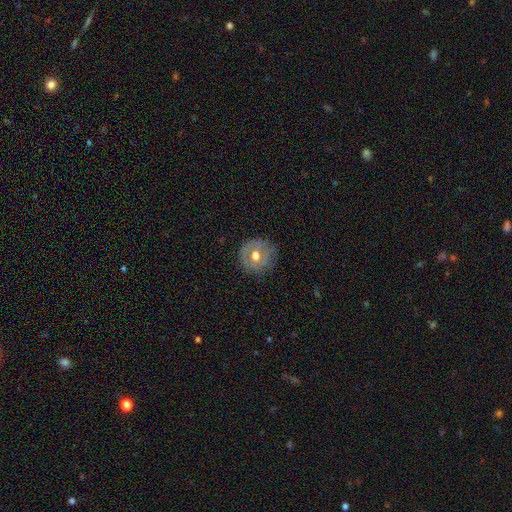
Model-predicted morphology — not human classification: A smooth galaxy with no disk features (48%).

Vote fractions:
- Smooth or featured? smooth: 48% / featured or disk: 44% / star or artifact: 8%
- Merging? none: 78% / minor disturbance: 15% / major disturbance: 5% / merger: 1%